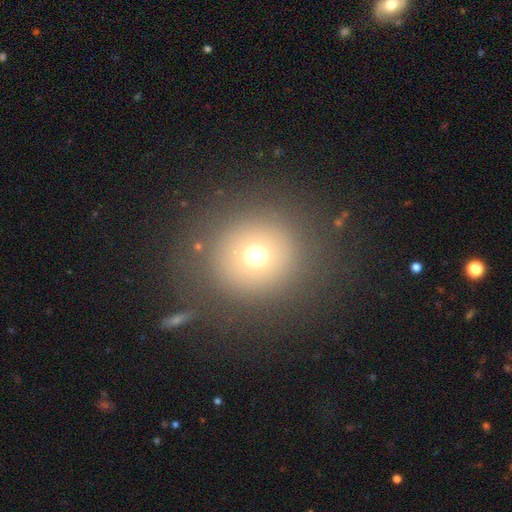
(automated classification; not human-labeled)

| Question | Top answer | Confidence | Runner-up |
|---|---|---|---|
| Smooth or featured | smooth | 67% | star or artifact (19%) |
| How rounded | round | 93% | in between (6%) |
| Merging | none | 84% | minor disturbance (8%) |